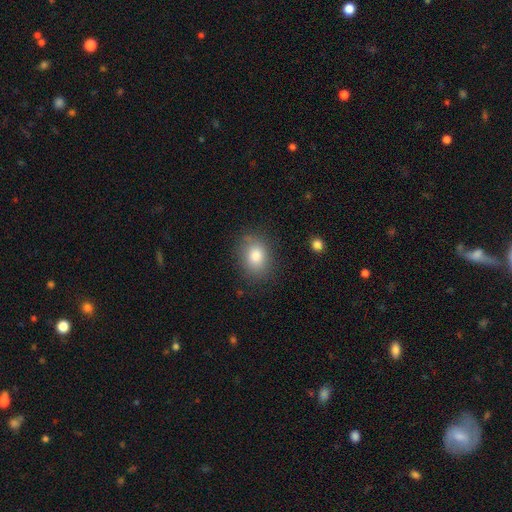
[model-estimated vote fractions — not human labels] Q: Smooth or featured?
A: smooth (82%); runner-up: star or artifact (9%)
Q: How rounded?
A: in between (64%); runner-up: round (34%)
Q: Merging?
A: none (82%); runner-up: minor disturbance (13%)